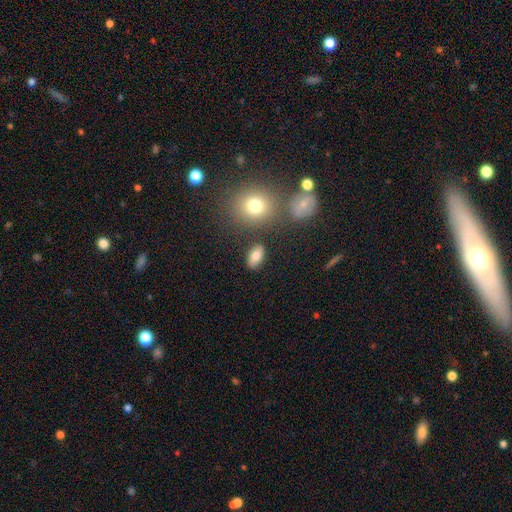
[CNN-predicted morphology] smooth 81%, star or artifact 10%, featured or disk 9%. Down the decision tree: how rounded — in between (88%); merging — none (84%).